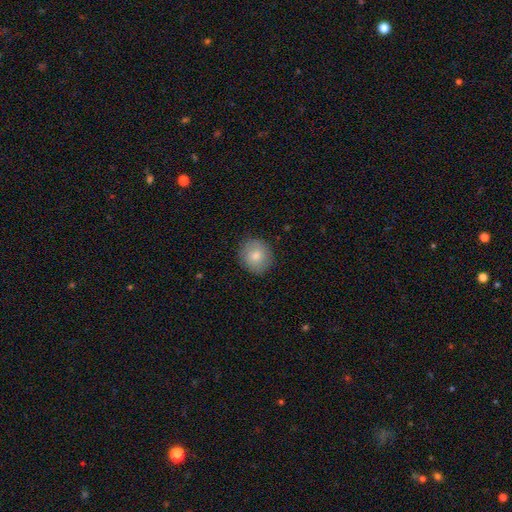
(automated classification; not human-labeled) smooth_or_featured: smooth (p=0.79) [alt: featured or disk p=0.14]
how_rounded: round (p=0.84) [alt: in between p=0.15]
merging: none (p=0.86) [alt: minor disturbance p=0.10]